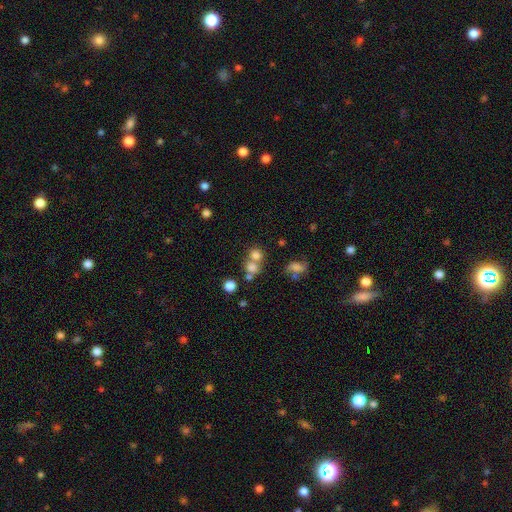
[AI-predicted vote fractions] Overall: smooth (74%). How rounded: round (79%). Merging: none (46%; merger 42%).